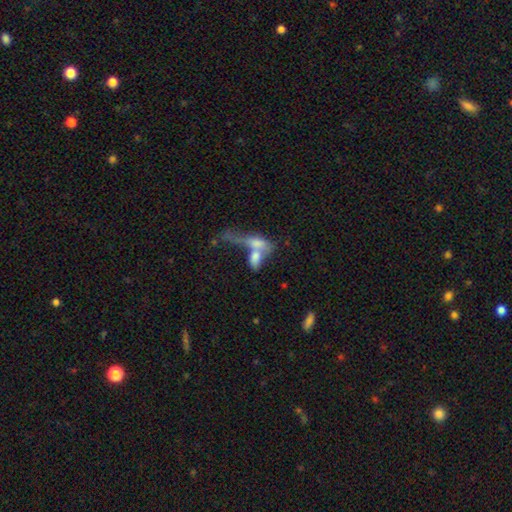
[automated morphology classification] type=smooth (62%); roundness=in between (70%); merging=merger (67%).